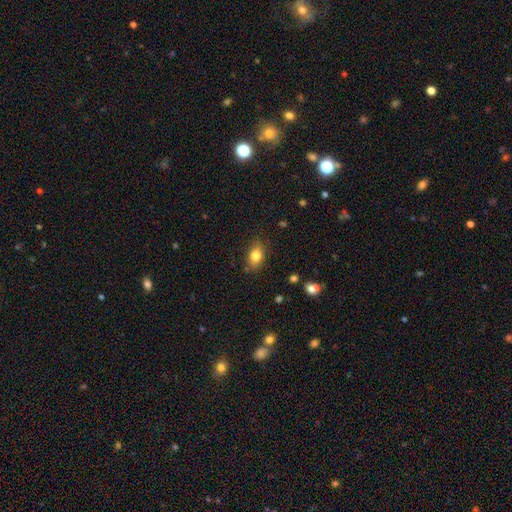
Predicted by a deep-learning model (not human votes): This appears to be a smooth galaxy with no disk features (82%) that is in between round and cigar-shaped (82%). Merging: none (81%).